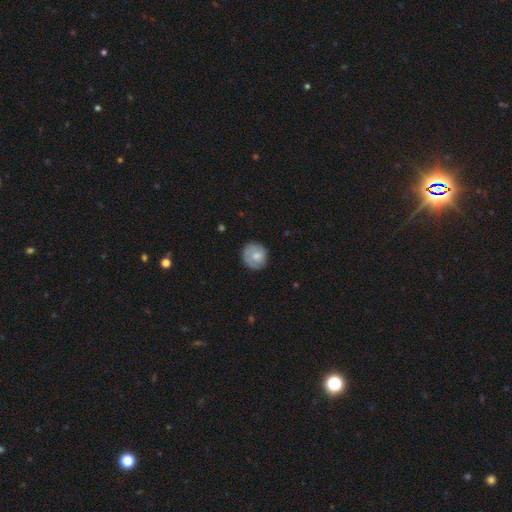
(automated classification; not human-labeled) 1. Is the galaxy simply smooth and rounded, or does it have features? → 55% smooth, 39% featured or disk, 6% star or artifact.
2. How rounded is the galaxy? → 84% round, 15% in between, 1% cigar-shaped.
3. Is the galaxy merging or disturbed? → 76% none, 18% minor disturbance, 5% major disturbance, 1% merger.